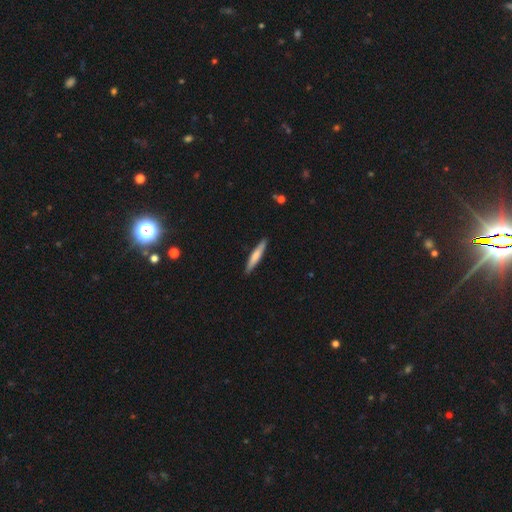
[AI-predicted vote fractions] smooth_or_featured: smooth (p=0.68) [alt: featured or disk p=0.27]
how_rounded: cigar-shaped (p=0.91) [alt: in between p=0.08]
merging: none (p=0.89) [alt: minor disturbance p=0.08]